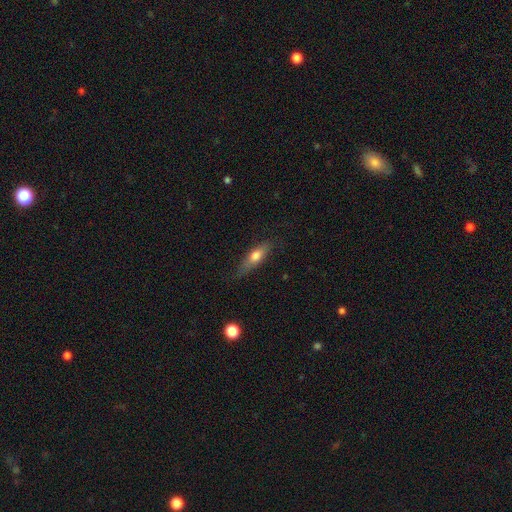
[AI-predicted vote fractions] smooth_or_featured: smooth (p=0.64) [alt: featured or disk p=0.29]
how_rounded: cigar-shaped (p=0.51) [alt: in between p=0.46]
merging: none (p=0.71) [alt: minor disturbance p=0.22]